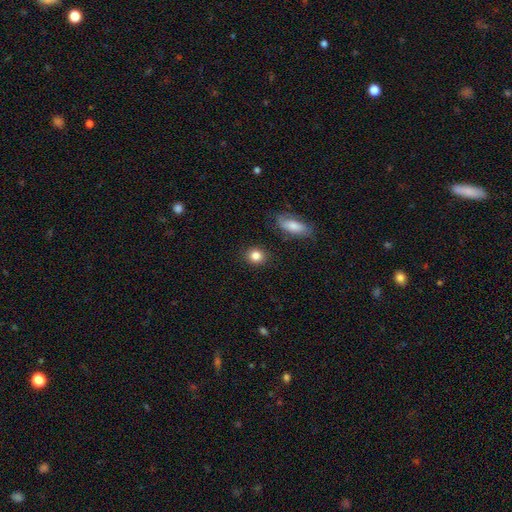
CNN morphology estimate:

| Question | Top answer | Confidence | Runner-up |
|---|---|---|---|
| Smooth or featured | smooth | 85% | star or artifact (9%) |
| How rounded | round | 80% | in between (18%) |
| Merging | none | 89% | minor disturbance (7%) |